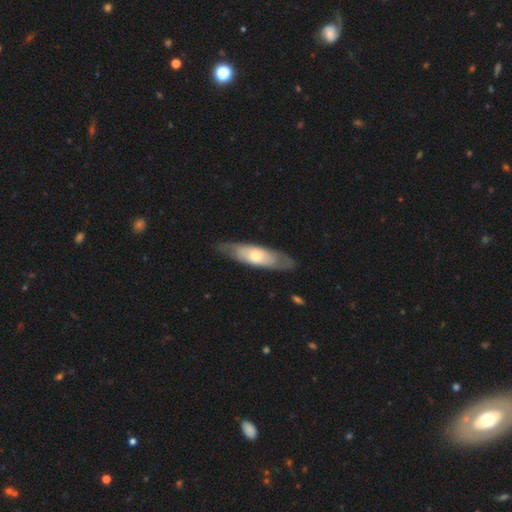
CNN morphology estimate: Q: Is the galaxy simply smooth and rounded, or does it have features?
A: smooth — 49%.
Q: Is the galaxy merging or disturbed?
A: none — 78%.